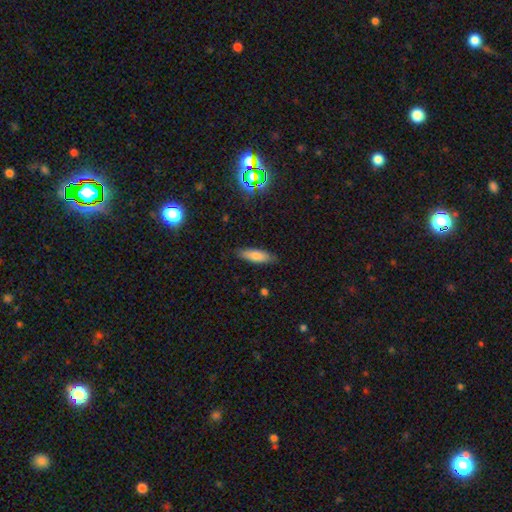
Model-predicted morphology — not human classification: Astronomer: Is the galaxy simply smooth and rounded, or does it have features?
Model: smooth — 77%.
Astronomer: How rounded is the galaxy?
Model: cigar-shaped — 51% (runner-up: in between, 47%).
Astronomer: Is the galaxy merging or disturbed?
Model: none — 85%.